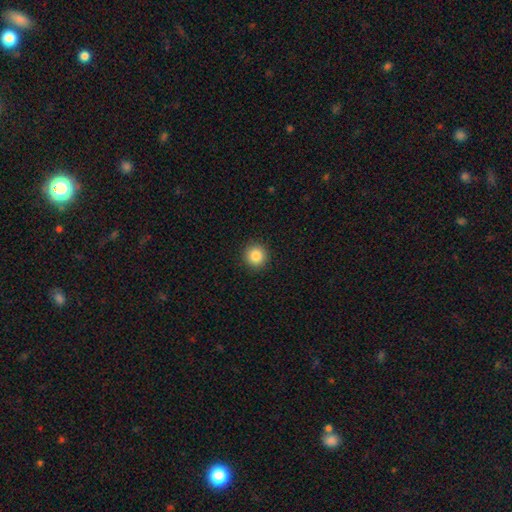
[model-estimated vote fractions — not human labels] Smooth or featured? Predicted: smooth (p=0.86). How rounded? Predicted: round (p=0.94). Merging? Predicted: none (p=0.92).